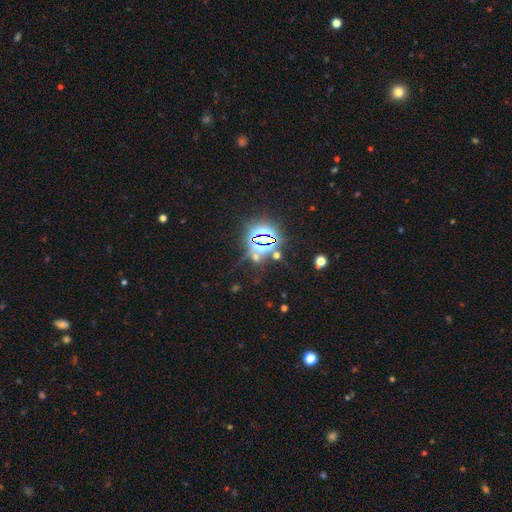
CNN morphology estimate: A star or artifact, not a galaxy (77%).